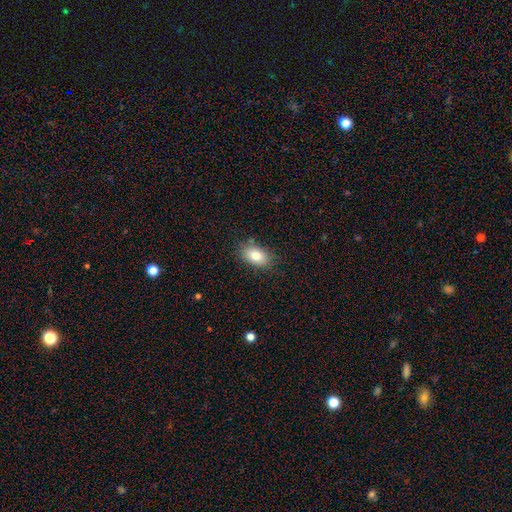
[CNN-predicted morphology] Q: Smooth or featured?
A: smooth (82%); runner-up: featured or disk (10%)
Q: How rounded?
A: in between (88%); runner-up: round (10%)
Q: Merging?
A: none (81%); runner-up: minor disturbance (14%)